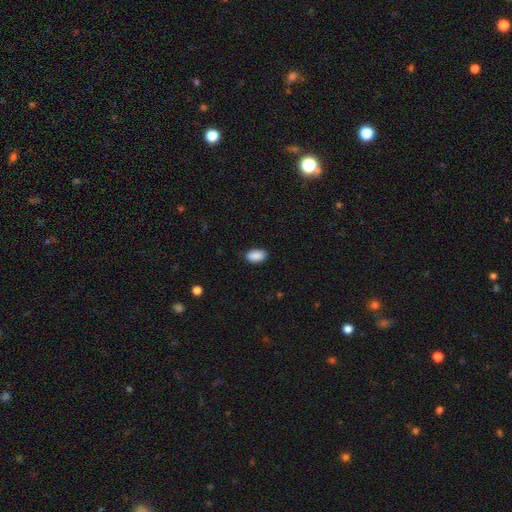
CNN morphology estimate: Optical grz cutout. It shows a smooth galaxy with no disk features (90%) that is in between round and cigar-shaped (92%). Merging: none (86%).